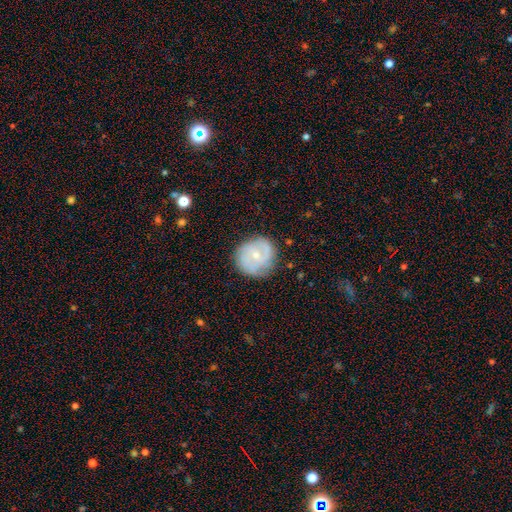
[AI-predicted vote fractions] Smooth or featured? Predicted: featured or disk (p=0.58). Edge-on disk? Predicted: no (p=0.97). Bar? Predicted: no (p=0.71). Spiral arms? Predicted: yes (p=0.78). Bulge size? Predicted: small (p=0.66). Merging? Predicted: none (p=0.75).